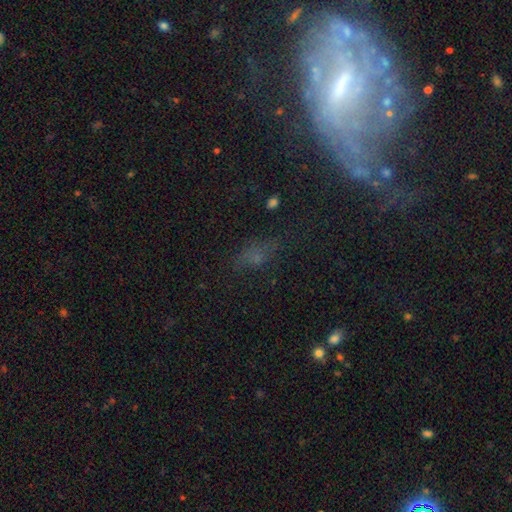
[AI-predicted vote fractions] A smooth galaxy with no disk features (45%).

Vote fractions:
- Smooth or featured? smooth: 45% / star or artifact: 36% / featured or disk: 19%
- Merging? none: 58% / minor disturbance: 21% / major disturbance: 15% / merger: 5%